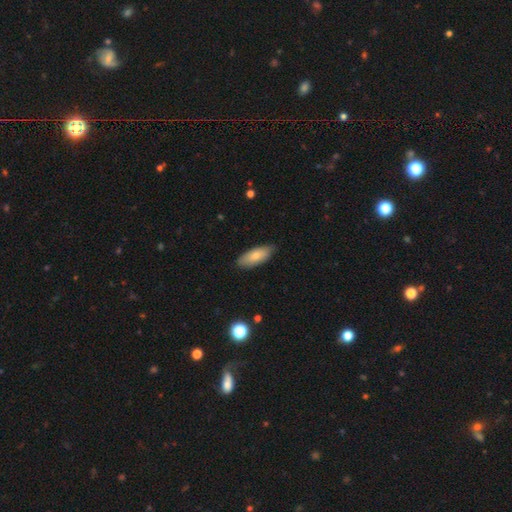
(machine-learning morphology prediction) Smooth or featured: smooth — 77% (featured or disk — 17%)
How rounded: in between — 82% (cigar-shaped — 16%)
Merging: none — 83% (minor disturbance — 14%)